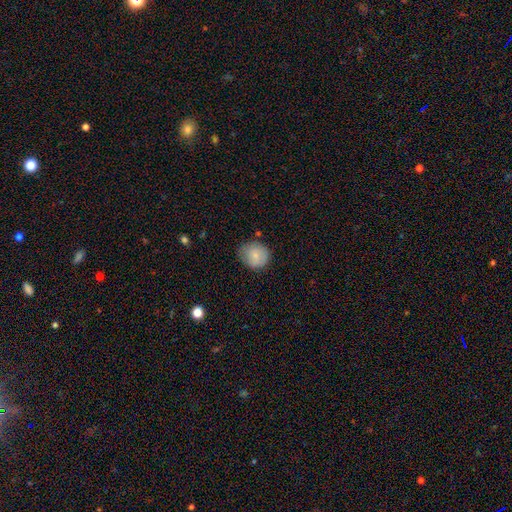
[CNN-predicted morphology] Smooth or featured? smooth (78%)
How rounded? round (79%)
Merging? none (66%)